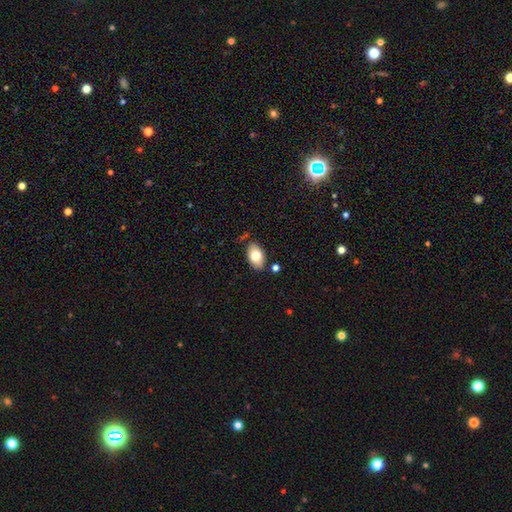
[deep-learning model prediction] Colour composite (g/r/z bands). It shows a smooth galaxy with no disk features (76%) that is in between round and cigar-shaped (92%). Merging: none (80%).